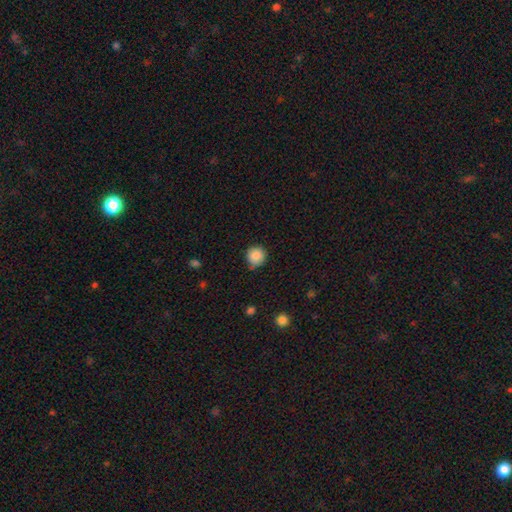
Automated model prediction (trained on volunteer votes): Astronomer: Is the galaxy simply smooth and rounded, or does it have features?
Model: smooth — 87%.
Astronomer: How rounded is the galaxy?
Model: round — 93%.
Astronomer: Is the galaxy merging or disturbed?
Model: none — 74%.